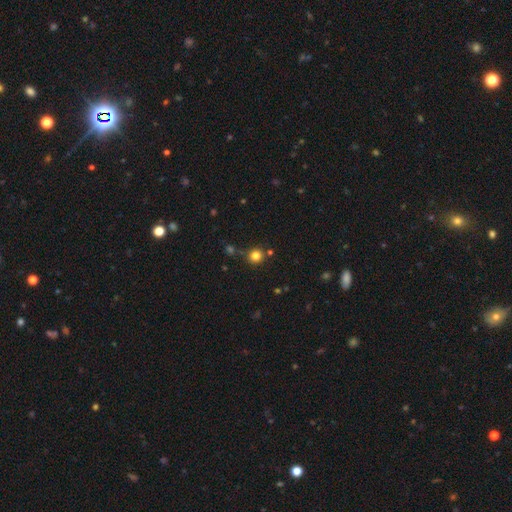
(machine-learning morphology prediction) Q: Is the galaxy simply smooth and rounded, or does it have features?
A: smooth — 81%.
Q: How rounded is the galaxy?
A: round — 92%.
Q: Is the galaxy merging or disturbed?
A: none — 82%.